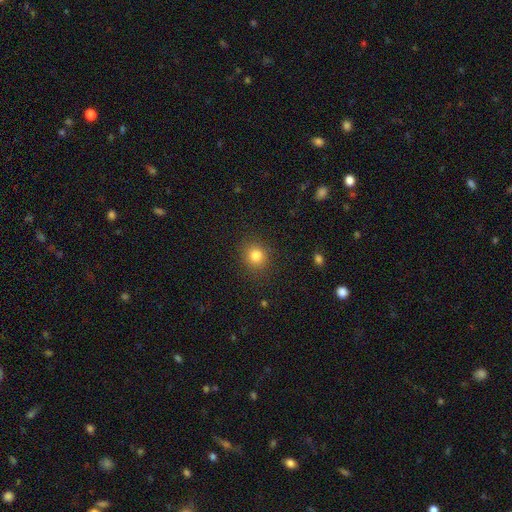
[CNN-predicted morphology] Smooth or featured? smooth (82%)
How rounded? round (84%)
Merging? none (88%)